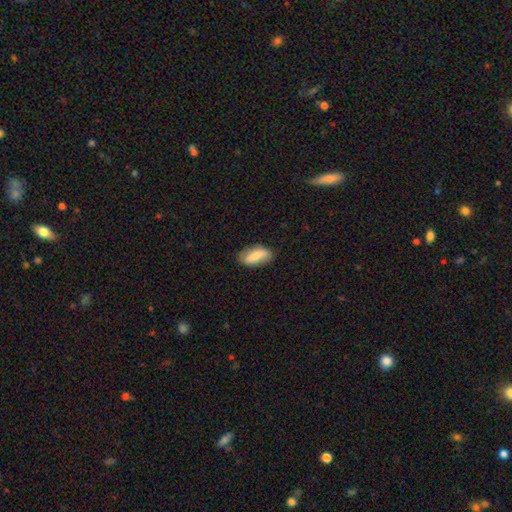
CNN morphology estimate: Overall: smooth (72%). How rounded: in between (84%). Merging: none (76%).